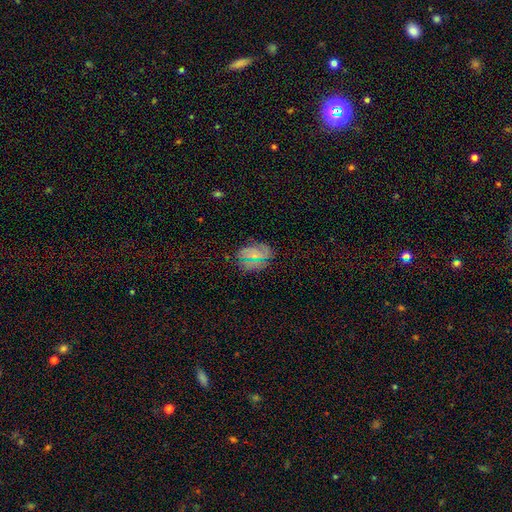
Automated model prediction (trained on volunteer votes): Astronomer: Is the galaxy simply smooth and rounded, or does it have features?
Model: smooth — 59%.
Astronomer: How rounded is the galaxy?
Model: in between — 71%.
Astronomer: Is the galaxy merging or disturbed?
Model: none — 78%.